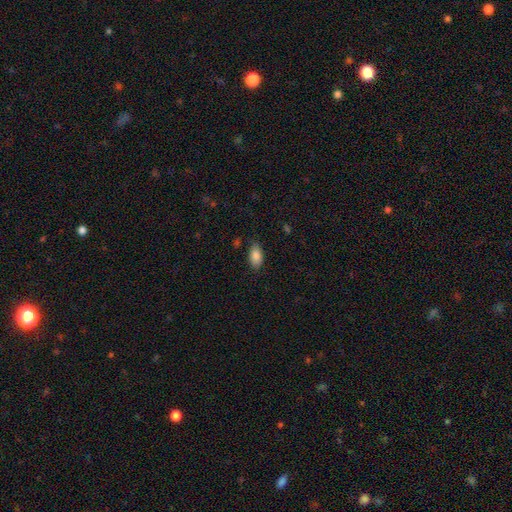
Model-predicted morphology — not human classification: Q: Smooth or featured?
A: smooth (86%); runner-up: star or artifact (8%)
Q: How rounded?
A: in between (92%); runner-up: round (5%)
Q: Merging?
A: none (77%); runner-up: minor disturbance (18%)